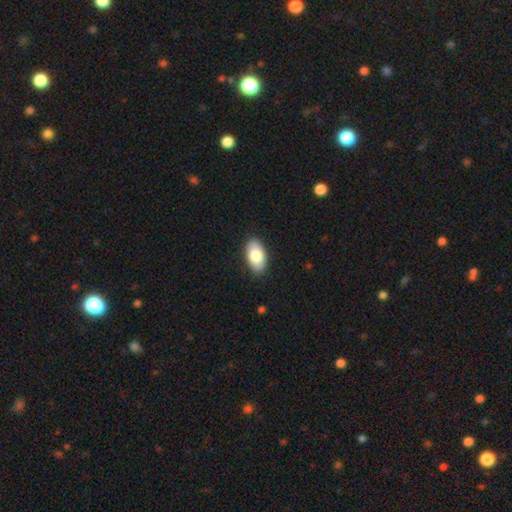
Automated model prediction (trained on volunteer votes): Overall: smooth (81%). How rounded: in between (94%). Merging: none (89%).